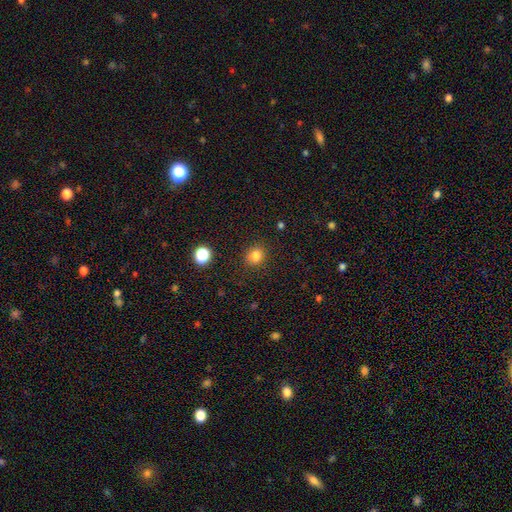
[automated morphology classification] Q: Smooth or featured?
A: smooth (82%); runner-up: star or artifact (13%)
Q: How rounded?
A: round (74%); runner-up: in between (25%)
Q: Merging?
A: none (87%); runner-up: minor disturbance (9%)